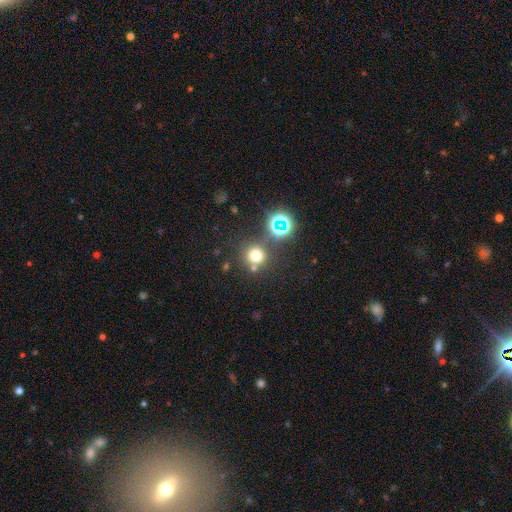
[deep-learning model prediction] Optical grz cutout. It shows a smooth galaxy with no disk features (66%) that is round (92%). Merging: none (74%).